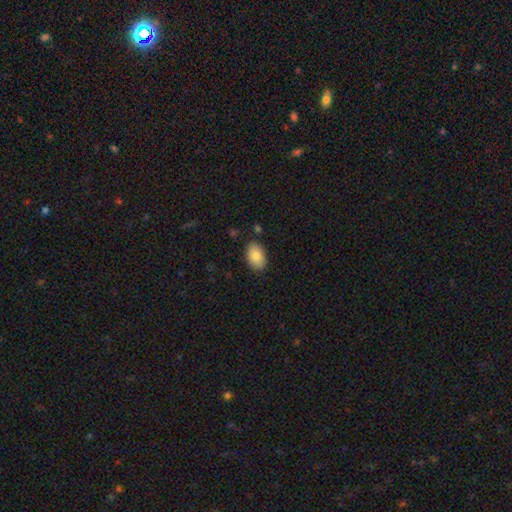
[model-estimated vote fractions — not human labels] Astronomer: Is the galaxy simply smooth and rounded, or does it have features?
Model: smooth — 86%.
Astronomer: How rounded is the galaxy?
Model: in between — 91%.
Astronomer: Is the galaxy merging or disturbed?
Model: none — 86%.